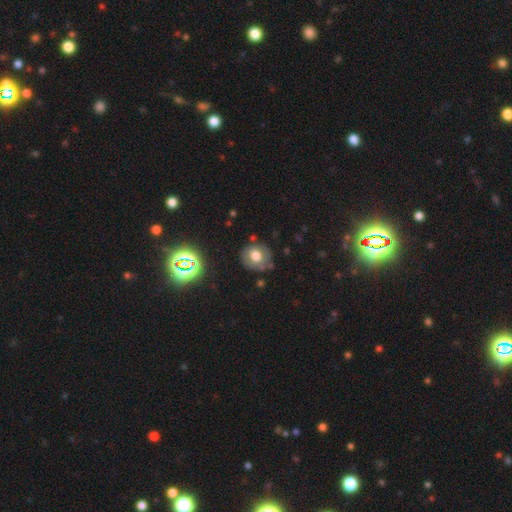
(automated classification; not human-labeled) Smooth or featured?
  - smooth: 63% *
  - featured or disk: 23%
  - star or artifact: 14%
How rounded?
  - round: 81% *
  - in between: 18%
  - cigar-shaped: 1%
Merging?
  - none: 75% *
  - minor disturbance: 16%
  - major disturbance: 5%
  - merger: 4%